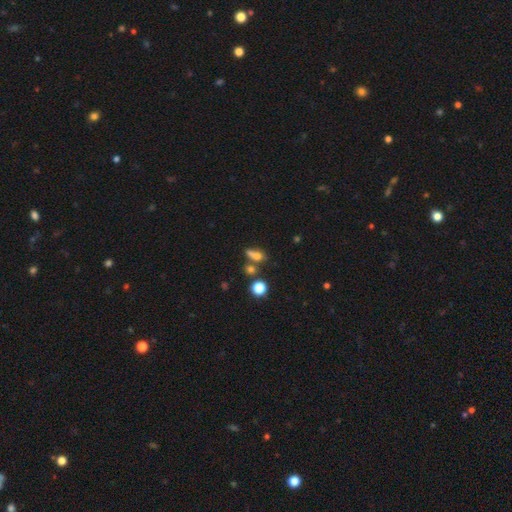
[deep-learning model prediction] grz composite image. It shows a smooth galaxy with no disk features (66%) that is in between round and cigar-shaped (54%). Merging: none (43%).